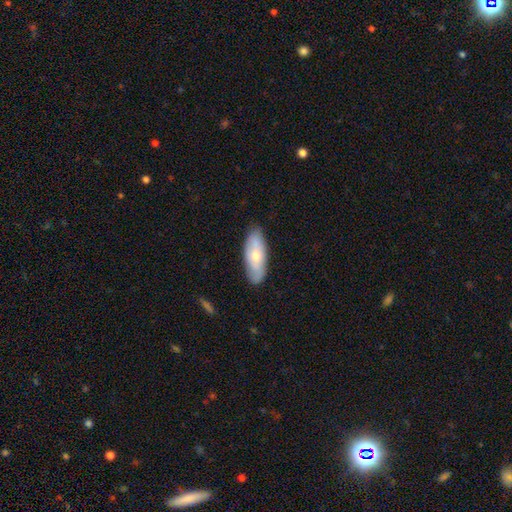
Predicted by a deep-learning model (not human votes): smooth_or_featured: smooth (p=0.60) [alt: featured or disk p=0.34]
how_rounded: in between (p=0.77) [alt: cigar-shaped p=0.21]
merging: none (p=0.83) [alt: minor disturbance p=0.13]